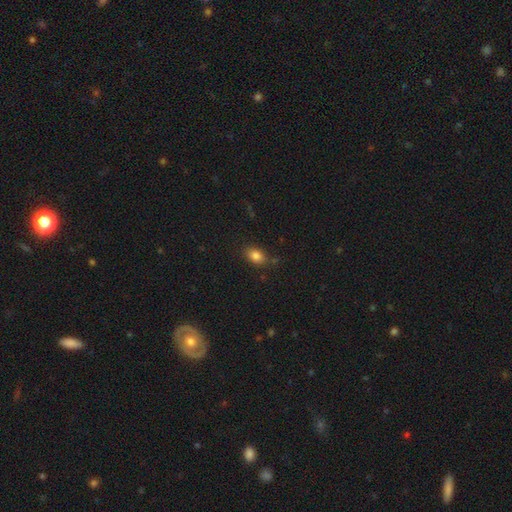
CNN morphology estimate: This appears to be a smooth galaxy with no disk features (84%) that is in between round and cigar-shaped (77%). Merging: none (79%).